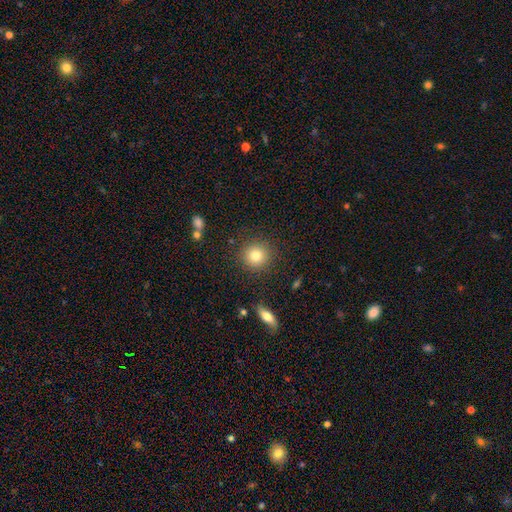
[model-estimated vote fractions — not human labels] Smooth or featured? Predicted: smooth (p=0.81). How rounded? Predicted: round (p=0.92). Merging? Predicted: none (p=0.89).